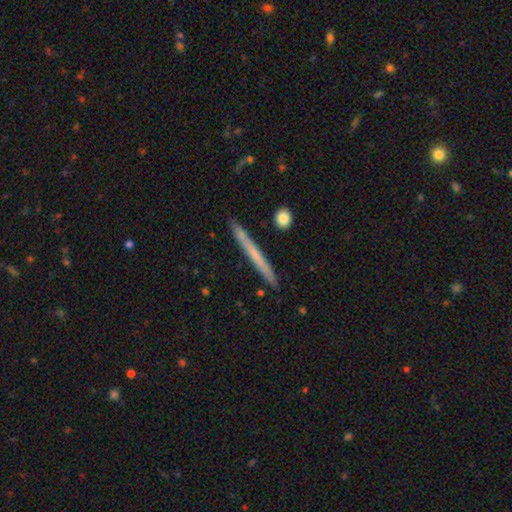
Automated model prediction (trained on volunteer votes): Smooth or featured? smooth (55%)
How rounded? cigar-shaped (97%)
Merging? none (89%)